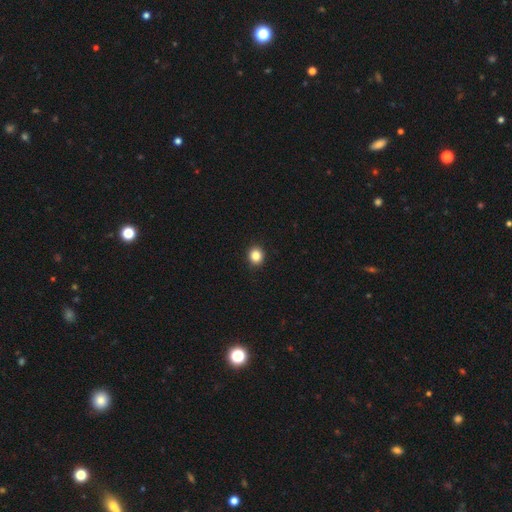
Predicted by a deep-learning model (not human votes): The model was most divided on "how rounded": round: 85%, in between: 14%, cigar-shaped: 1%. More confident: merging — none (91%); smooth or featured — smooth (86%).